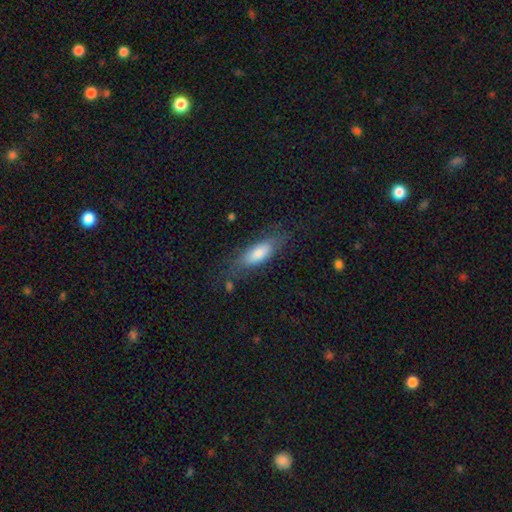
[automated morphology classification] This is likely a smooth galaxy (67%). How rounded: possibly in between (60%). Merging: likely none (69%).